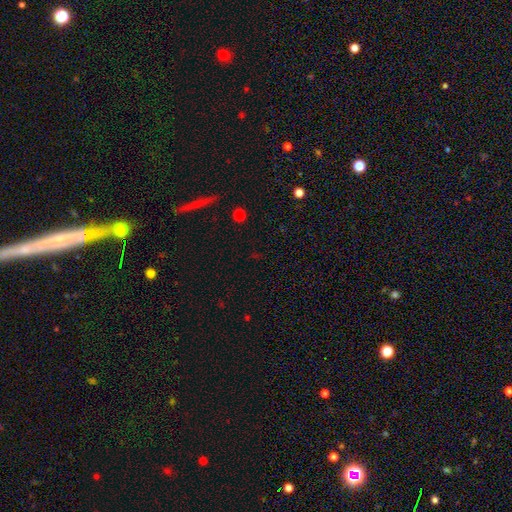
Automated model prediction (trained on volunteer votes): The model was most divided on "smooth or featured": star or artifact: 56%, smooth: 36%, featured or disk: 9%.